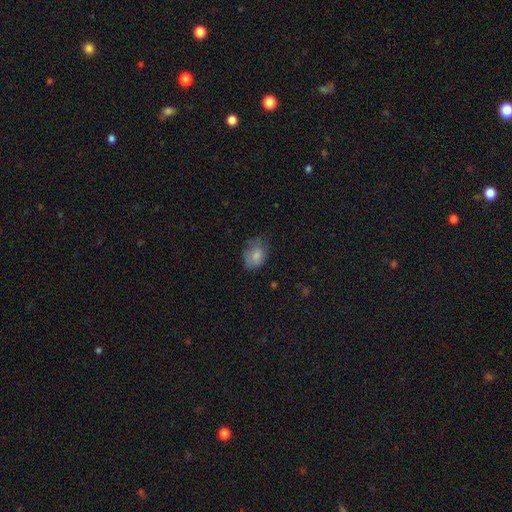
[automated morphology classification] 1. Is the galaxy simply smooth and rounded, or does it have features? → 77% smooth, 14% featured or disk, 9% star or artifact.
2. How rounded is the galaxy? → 66% in between, 33% round, 1% cigar-shaped.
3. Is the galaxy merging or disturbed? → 55% none, 31% minor disturbance, 12% major disturbance, 2% merger.